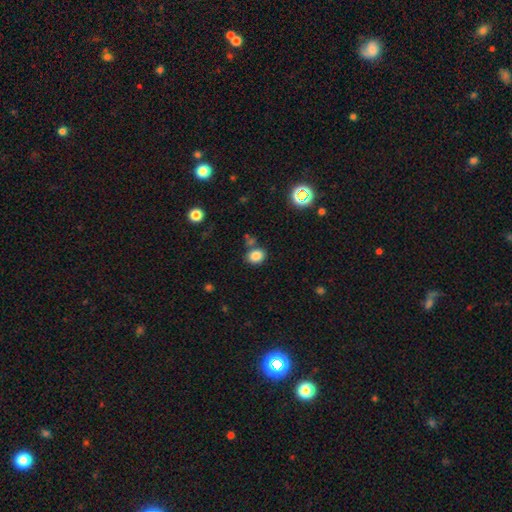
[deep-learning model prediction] Smooth or featured?
  - smooth: 84% *
  - star or artifact: 11%
  - featured or disk: 5%
How rounded?
  - in between: 50% *
  - round: 49%
  - cigar-shaped: 1%
Merging?
  - none: 72% *
  - minor disturbance: 13%
  - merger: 11%
  - major disturbance: 4%